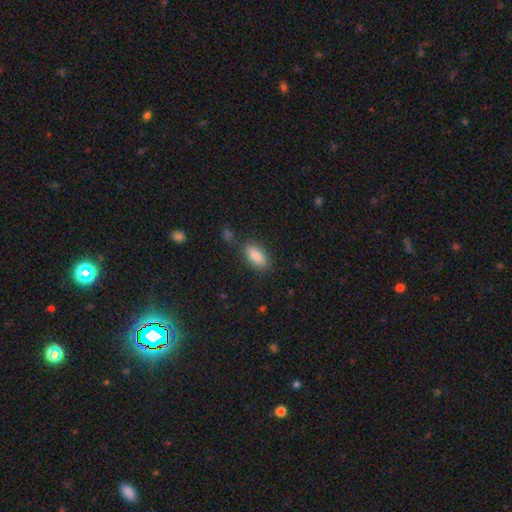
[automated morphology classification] Overall: smooth (86%). How rounded: in between (88%). Merging: none (79%).